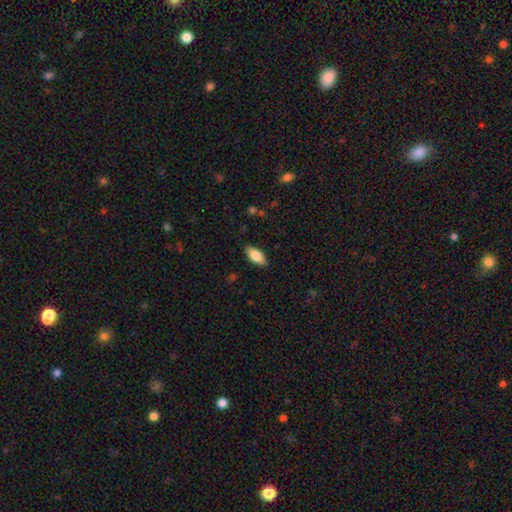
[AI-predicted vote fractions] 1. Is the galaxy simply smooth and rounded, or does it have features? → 79% smooth, 15% featured or disk, 7% star or artifact.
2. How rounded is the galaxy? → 88% in between, 9% cigar-shaped, 3% round.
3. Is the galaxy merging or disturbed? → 87% none, 10% minor disturbance, 2% major disturbance, 1% merger.